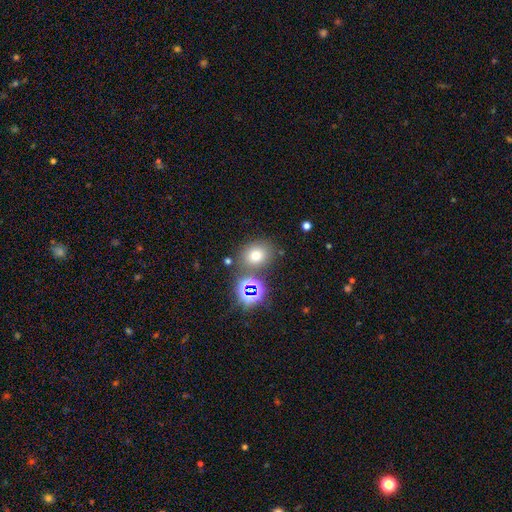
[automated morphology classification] smooth 68%, star or artifact 22%, featured or disk 10%. Down the decision tree: how rounded — round (60%); merging — none (74%).